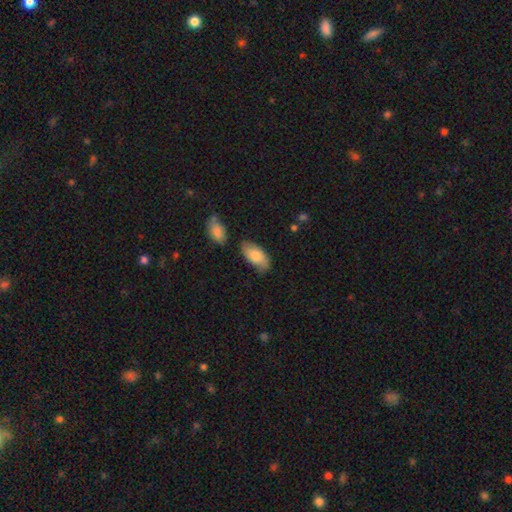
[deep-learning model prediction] Smooth or featured? smooth (77%)
How rounded? in between (94%)
Merging? none (65%)